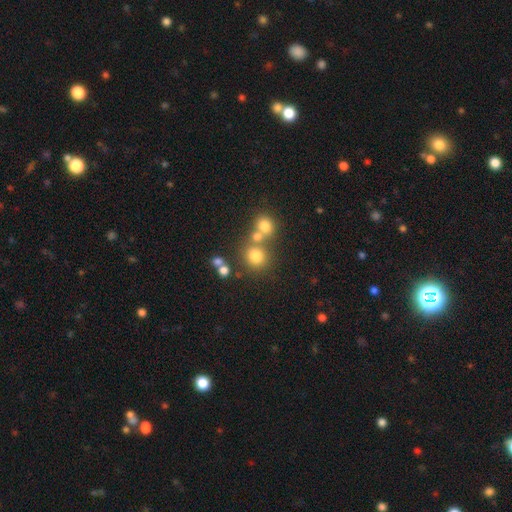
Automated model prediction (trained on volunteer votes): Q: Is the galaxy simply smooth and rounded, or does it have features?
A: smooth — 75%.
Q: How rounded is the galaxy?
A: round — 85%.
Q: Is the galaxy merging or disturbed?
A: none — 59%.